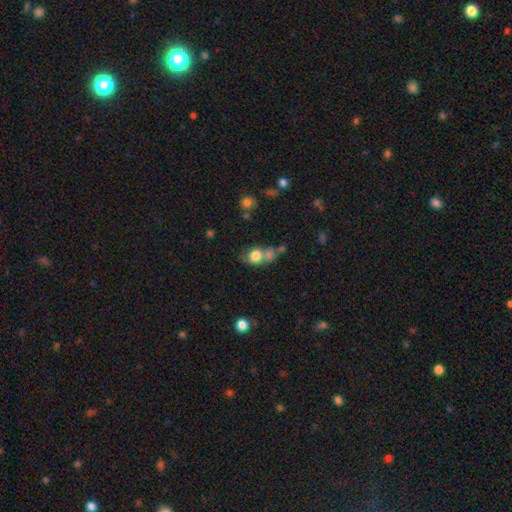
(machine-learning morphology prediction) A smooth galaxy with no disk features (75%) that is round (61%).

Vote fractions:
- Smooth or featured? smooth: 75% / featured or disk: 15% / star or artifact: 11%
- How rounded? round: 61% / in between: 37% / cigar-shaped: 2%
- Merging? merger: 45% / none: 34% / minor disturbance: 13% / major disturbance: 8%